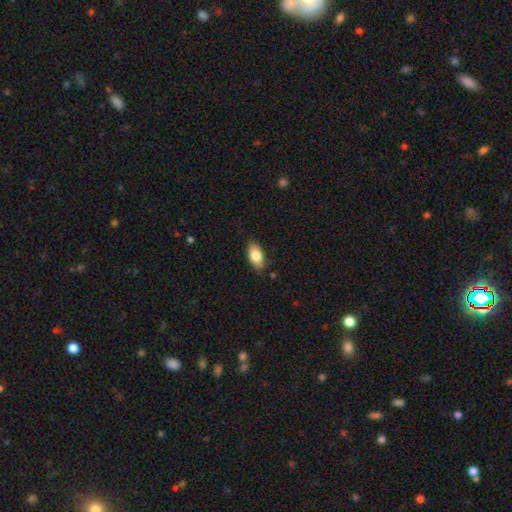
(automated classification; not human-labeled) Q: Smooth or featured?
A: smooth (81%); runner-up: featured or disk (12%)
Q: How rounded?
A: in between (89%); runner-up: cigar-shaped (6%)
Q: Merging?
A: none (83%); runner-up: minor disturbance (14%)